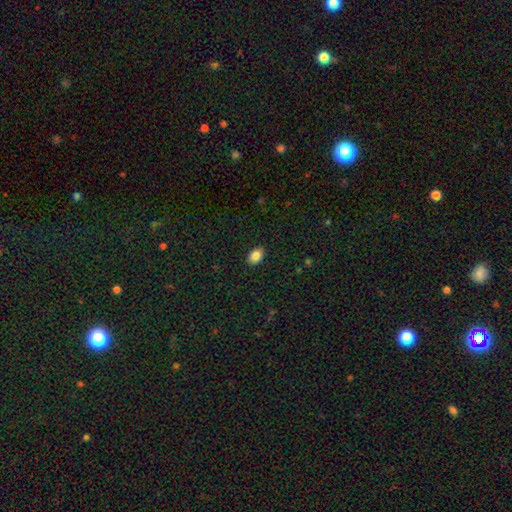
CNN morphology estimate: smooth_or_featured: smooth (p=0.86) [alt: star or artifact p=0.08]
how_rounded: in between (p=0.87) [alt: round p=0.12]
merging: none (p=0.89) [alt: minor disturbance p=0.08]